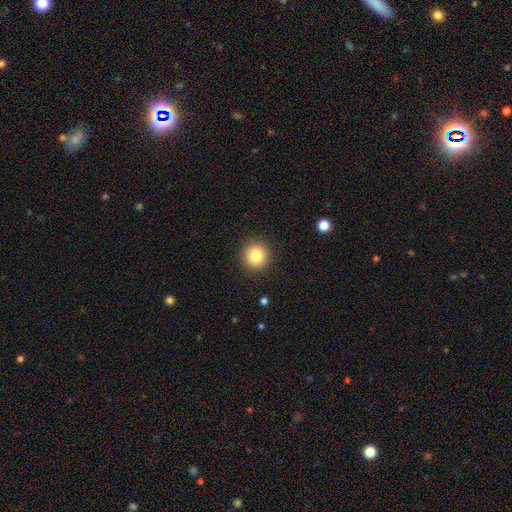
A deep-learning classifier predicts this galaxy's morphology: type=smooth (84%); roundness=round (92%); merging=none (91%).